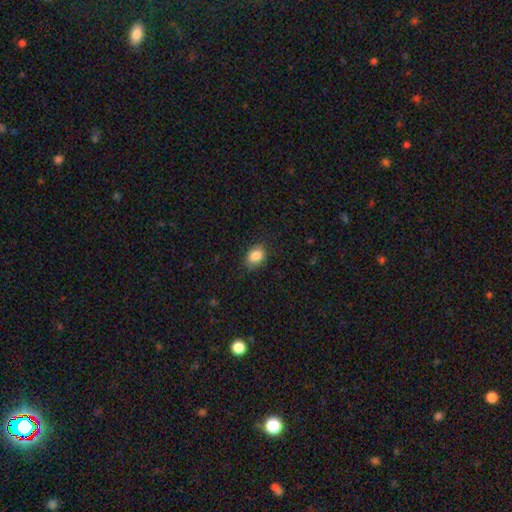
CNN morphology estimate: The model was most divided on "how rounded": in between: 74%, round: 24%, cigar-shaped: 1%. More confident: smooth or featured — smooth (86%); merging — none (79%).